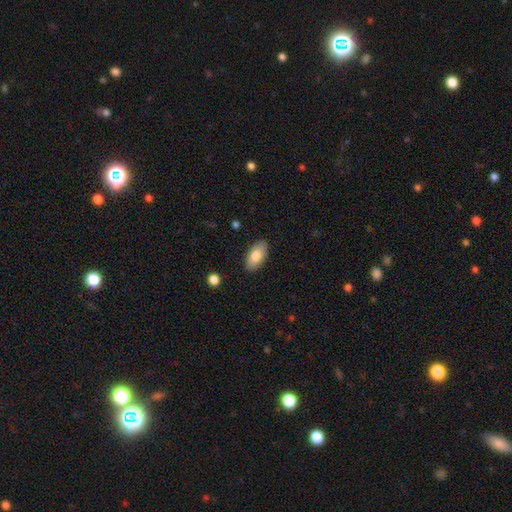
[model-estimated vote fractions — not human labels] Smooth or featured: smooth — 79% (featured or disk — 15%)
How rounded: in between — 92% (cigar-shaped — 5%)
Merging: none — 88% (minor disturbance — 9%)